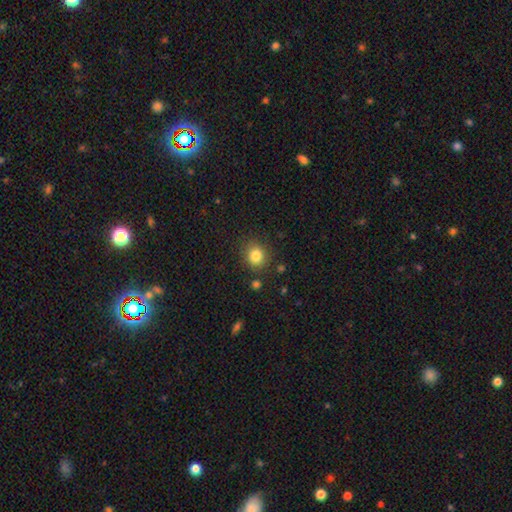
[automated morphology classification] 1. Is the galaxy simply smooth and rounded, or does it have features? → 83% smooth, 11% star or artifact, 6% featured or disk.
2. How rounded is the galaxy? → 79% round, 20% in between, 1% cigar-shaped.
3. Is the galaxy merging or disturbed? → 84% none, 10% minor disturbance, 3% major disturbance, 3% merger.